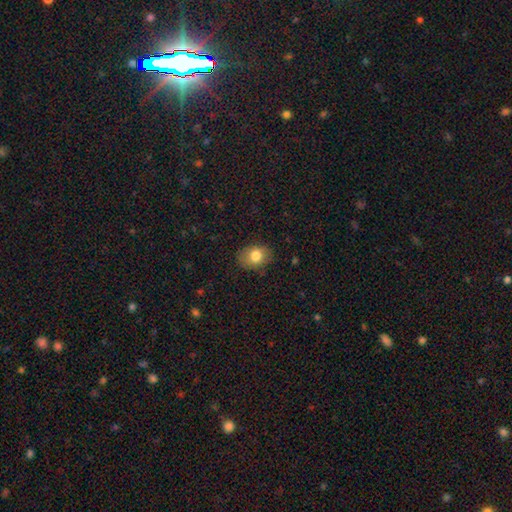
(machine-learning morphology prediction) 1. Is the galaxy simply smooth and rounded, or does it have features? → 80% smooth, 11% featured or disk, 9% star or artifact.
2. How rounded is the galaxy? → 64% in between, 35% round, 1% cigar-shaped.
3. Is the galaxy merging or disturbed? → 82% none, 13% minor disturbance, 3% major disturbance, 1% merger.